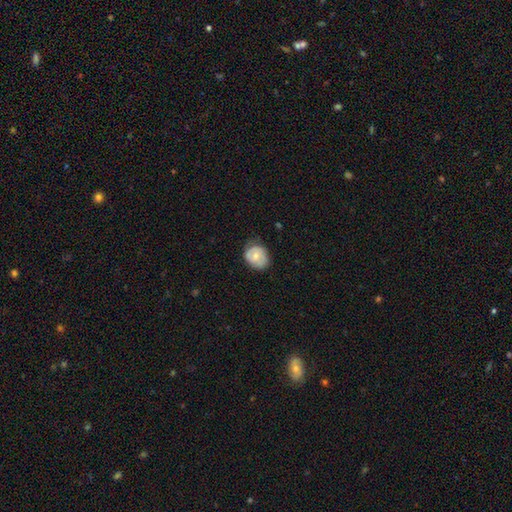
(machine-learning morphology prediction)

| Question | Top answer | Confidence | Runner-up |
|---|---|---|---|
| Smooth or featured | smooth | 60% | featured or disk (33%) |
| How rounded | round | 59% | in between (40%) |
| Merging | none | 63% | minor disturbance (29%) |